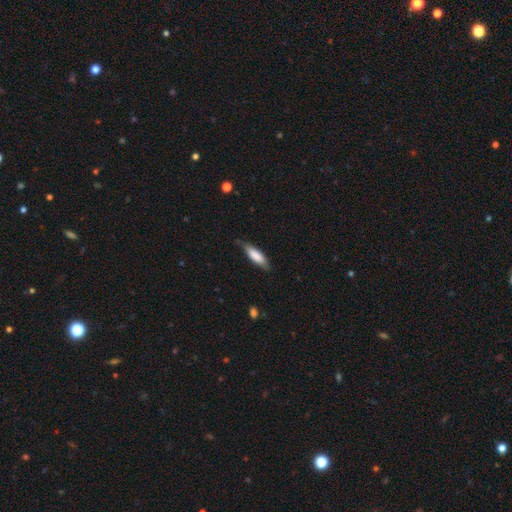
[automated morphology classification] This is likely a smooth galaxy (78%). How rounded: possibly cigar-shaped (53%). Merging: likely none (72%).